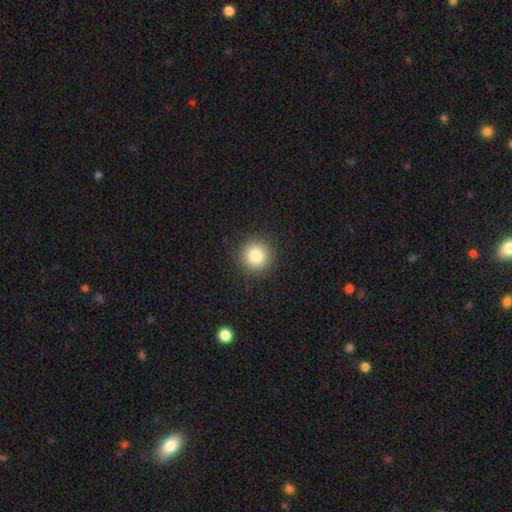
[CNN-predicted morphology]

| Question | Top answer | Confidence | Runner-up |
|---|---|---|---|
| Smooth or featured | smooth | 82% | star or artifact (11%) |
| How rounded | round | 94% | in between (5%) |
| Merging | none | 90% | minor disturbance (6%) |